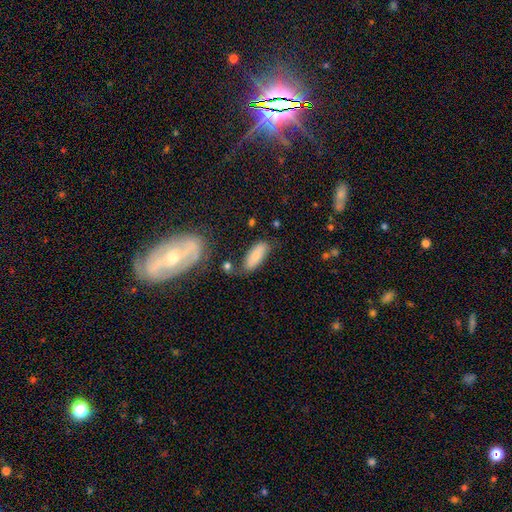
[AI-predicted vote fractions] Overall: smooth (74%). How rounded: in between (77%). Merging: none (64%).